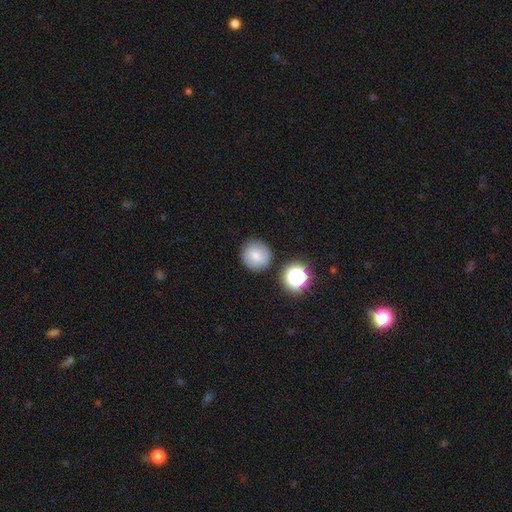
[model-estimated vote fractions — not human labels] A smooth galaxy with no disk features (78%) that is round (92%).

Vote fractions:
- Smooth or featured? smooth: 78% / featured or disk: 11% / star or artifact: 10%
- How rounded? round: 92% / in between: 7% / cigar-shaped: 1%
- Merging? none: 84% / minor disturbance: 9% / merger: 4% / major disturbance: 3%